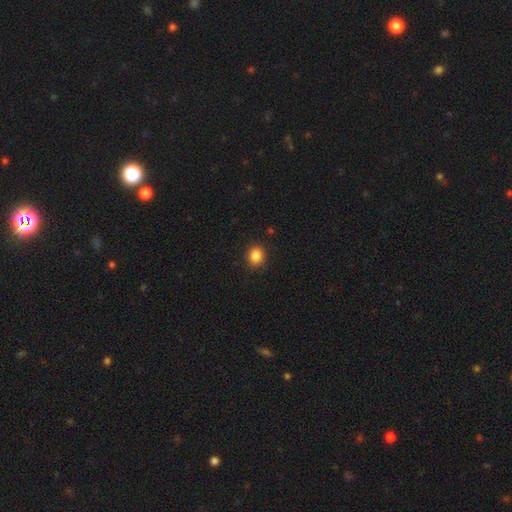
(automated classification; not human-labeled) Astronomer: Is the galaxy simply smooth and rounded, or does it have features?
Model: smooth — 86%.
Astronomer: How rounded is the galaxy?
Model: round — 75%.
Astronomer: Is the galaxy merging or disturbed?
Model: none — 90%.